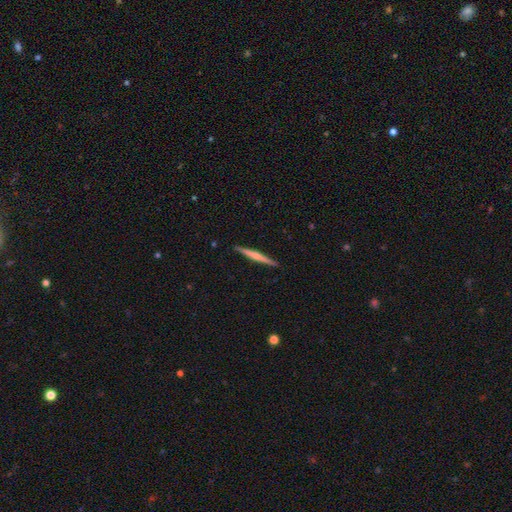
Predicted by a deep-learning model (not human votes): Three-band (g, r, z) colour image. It shows a featured or disk galaxy (57%) viewed edge-on (98%) with a rounded central bulge (57%). Merging: none (91%).